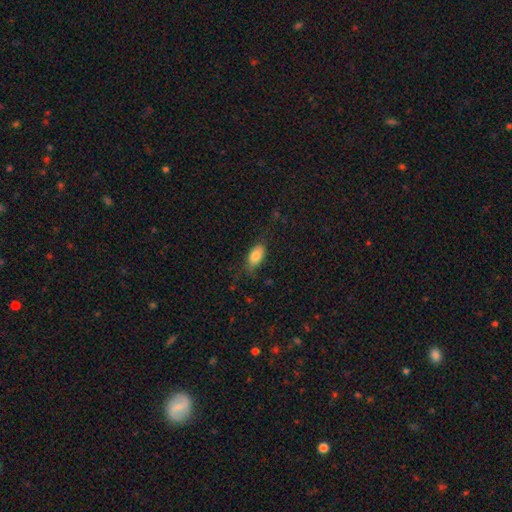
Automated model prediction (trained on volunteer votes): Smooth or featured? smooth (82%)
How rounded? in between (90%)
Merging? none (73%)